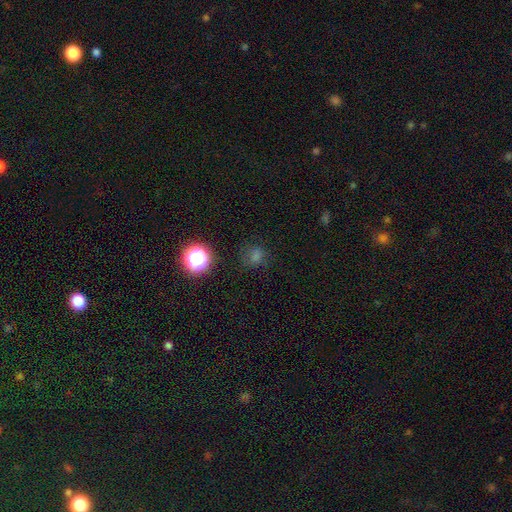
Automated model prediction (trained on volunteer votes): Smooth or featured? smooth (62%)
How rounded? round (78%)
Merging? none (76%)